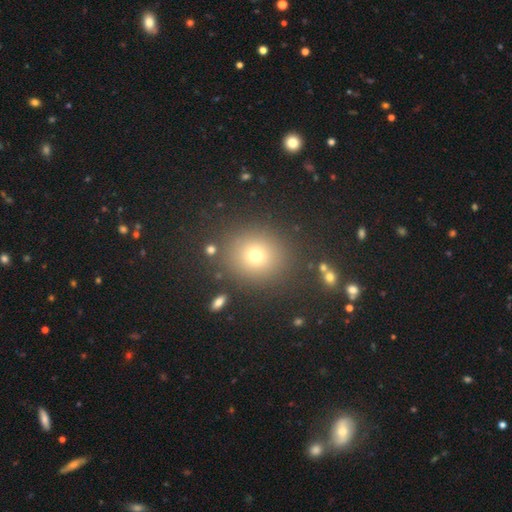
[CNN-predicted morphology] A smooth galaxy with no disk features (71%) that is round (82%).

Vote fractions:
- Smooth or featured? smooth: 71% / star or artifact: 21% / featured or disk: 8%
- How rounded? round: 82% / in between: 17% / cigar-shaped: 1%
- Merging? none: 87% / minor disturbance: 7% / major disturbance: 3% / merger: 3%